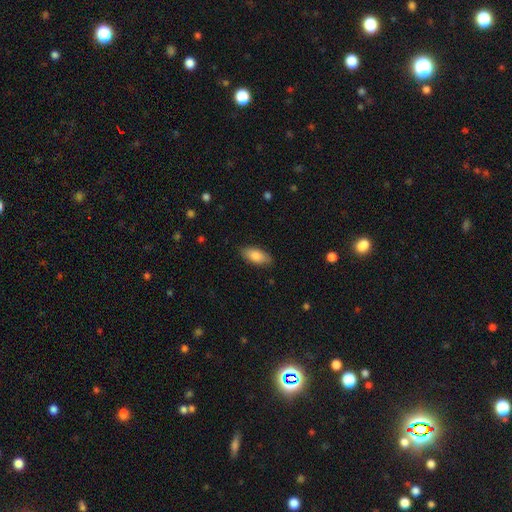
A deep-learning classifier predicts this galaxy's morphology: smooth-or-featured: smooth: 84% | featured or disk: 10% | star or artifact: 6%
  how-rounded: in between: 86% | cigar-shaped: 12% | round: 2%
  merging: none: 85% | minor disturbance: 11% | major disturbance: 2% | merger: 1%